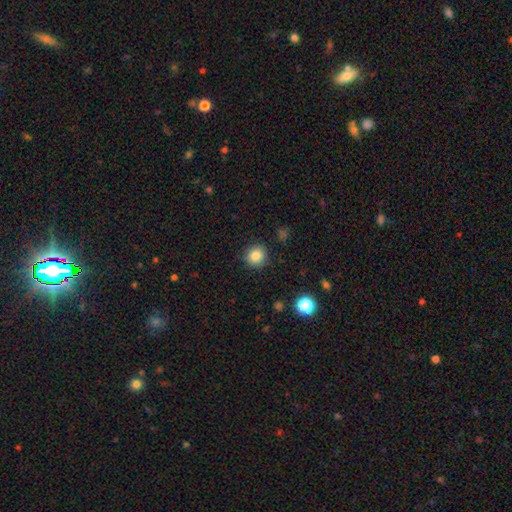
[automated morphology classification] Smooth or featured?
  - smooth: 84% *
  - star or artifact: 11%
  - featured or disk: 5%
How rounded?
  - round: 90% *
  - in between: 10%
  - cigar-shaped: 1%
Merging?
  - none: 89% *
  - minor disturbance: 7%
  - major disturbance: 2%
  - merger: 1%